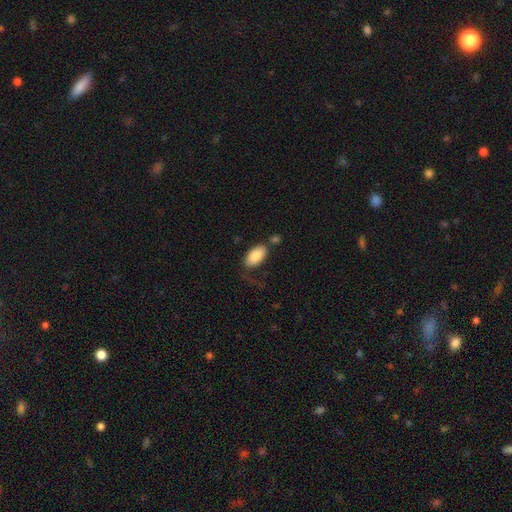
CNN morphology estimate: smooth_or_featured: smooth (p=0.87) [alt: featured or disk p=0.07]
how_rounded: in between (p=0.95) [alt: cigar-shaped p=0.02]
merging: none (p=0.58) [alt: minor disturbance p=0.20]